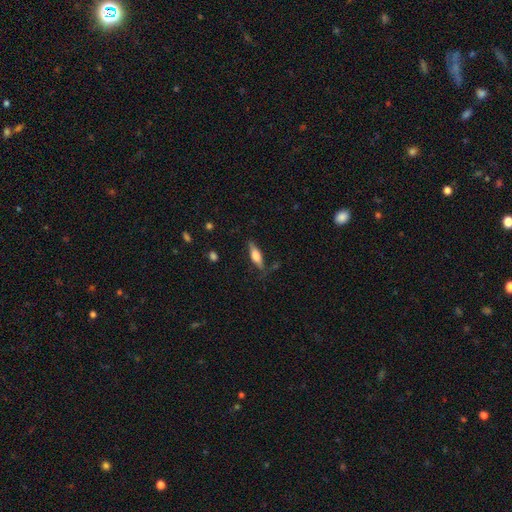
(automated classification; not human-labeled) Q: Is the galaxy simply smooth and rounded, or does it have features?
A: smooth — 54%.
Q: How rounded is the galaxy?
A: in between — 52%.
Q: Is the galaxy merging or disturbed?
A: none — 72%.